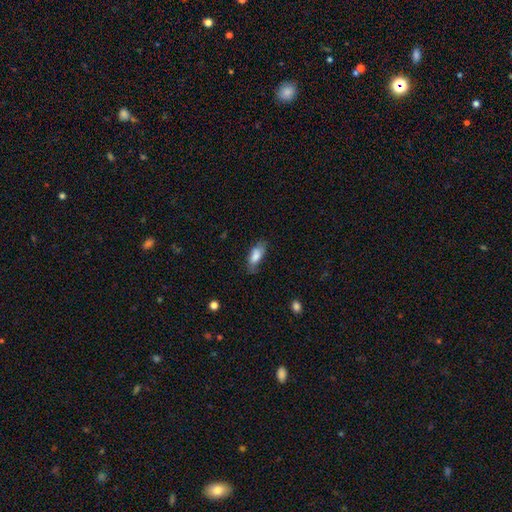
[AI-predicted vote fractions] Smooth or featured? Predicted: smooth (p=0.77). How rounded? Predicted: in between (p=0.78). Merging? Predicted: none (p=0.60).